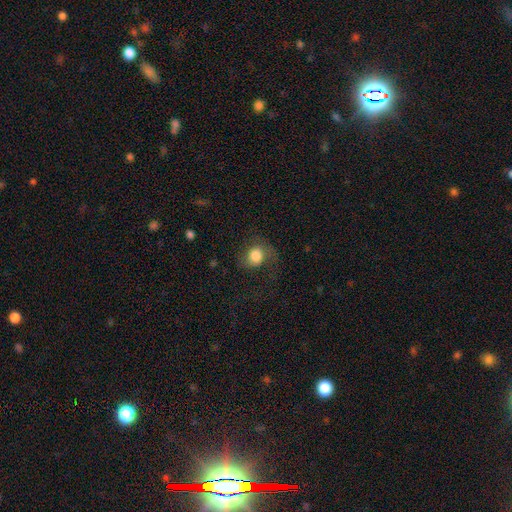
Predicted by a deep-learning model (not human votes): Smooth or featured: smooth — 72% (featured or disk — 20%)
How rounded: round — 70% (in between — 29%)
Merging: none — 51% (major disturbance — 27%)